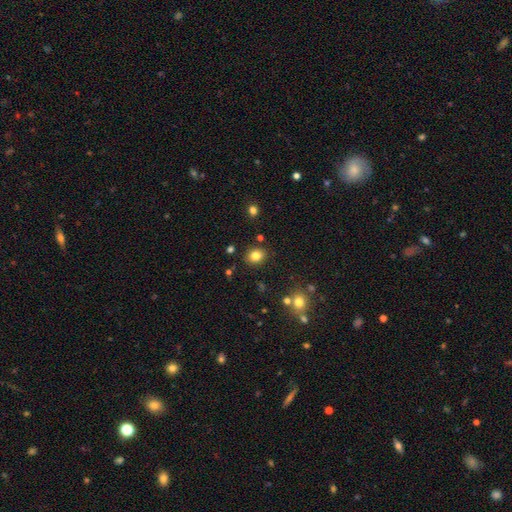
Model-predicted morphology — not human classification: smooth 81%, star or artifact 12%, featured or disk 7%. Down the decision tree: how rounded — round (57%); merging — none (86%).